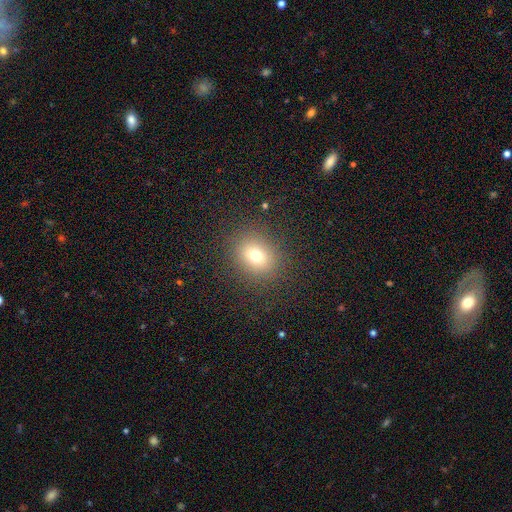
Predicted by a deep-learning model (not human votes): smooth 72%, star or artifact 17%, featured or disk 11%. Down the decision tree: how rounded — round (69%); merging — none (86%).